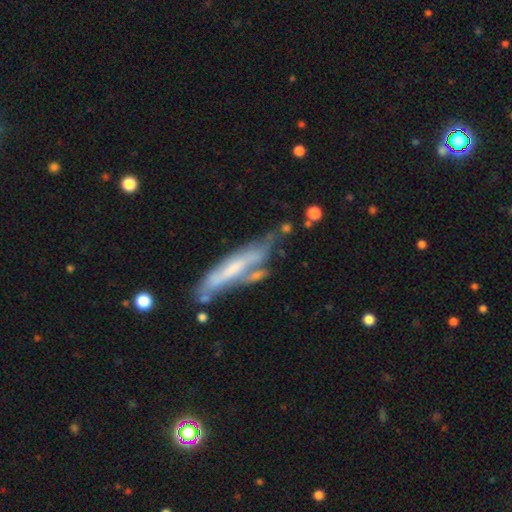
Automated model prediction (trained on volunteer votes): Overall: featured or disk (53%; smooth 41%). Edge-on disk: yes (52%; no 48%). Merging: none (38%; minor disturbance 25%).